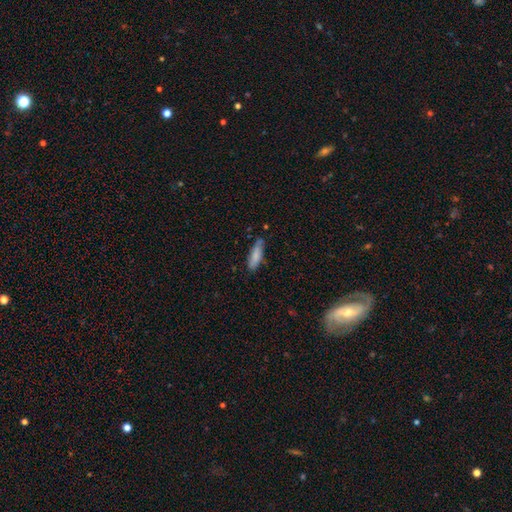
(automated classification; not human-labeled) smooth-or-featured: smooth: 79% | featured or disk: 15% | star or artifact: 6%
  how-rounded: cigar-shaped: 53% | in between: 45% | round: 2%
  merging: none: 73% | minor disturbance: 21% | major disturbance: 3% | merger: 2%